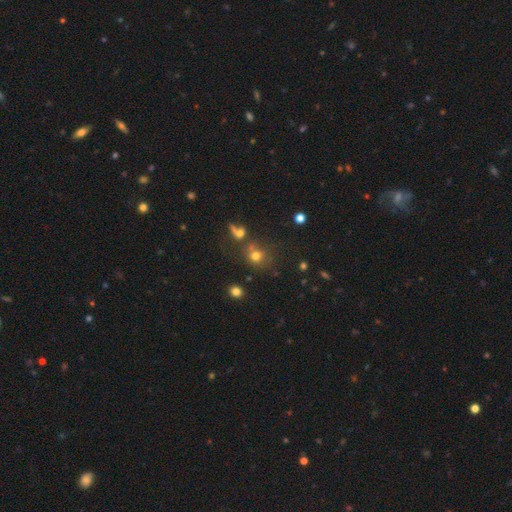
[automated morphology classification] Smooth or featured? smooth (70%)
How rounded? round (79%)
Merging? none (55%)